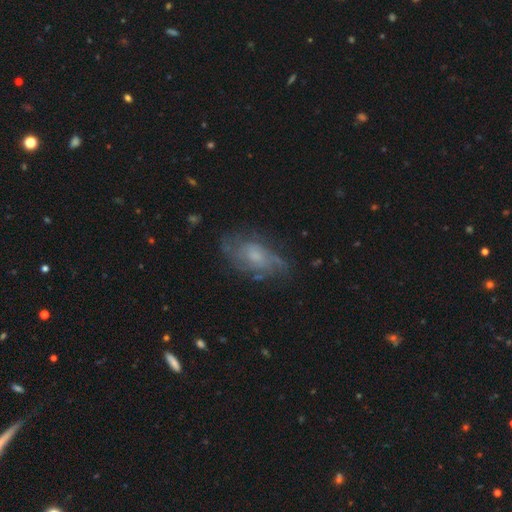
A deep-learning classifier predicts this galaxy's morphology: This appears to be a featured or disk galaxy (65%) with no bar (71%), spiral arms (79%) and a small central bulge (42%). Merging: none (64%).